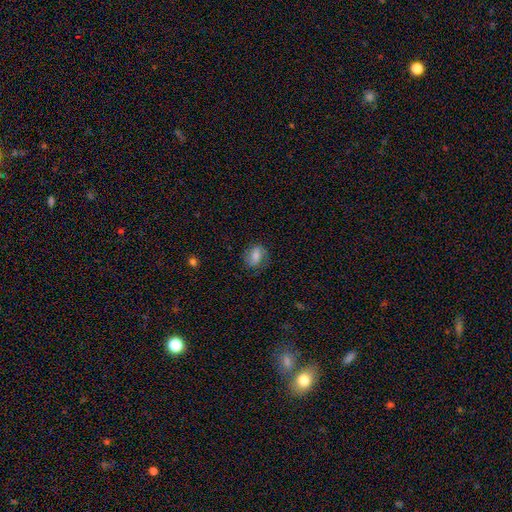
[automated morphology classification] The model was most divided on "how rounded": in between: 60%, round: 38%, cigar-shaped: 2%. More confident: merging — none (69%); smooth or featured — smooth (56%).